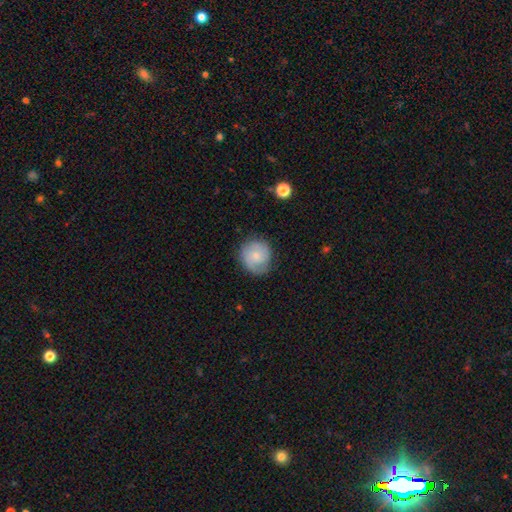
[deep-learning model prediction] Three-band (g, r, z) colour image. It shows a smooth galaxy with no disk features (48%). Merging: none (75%).